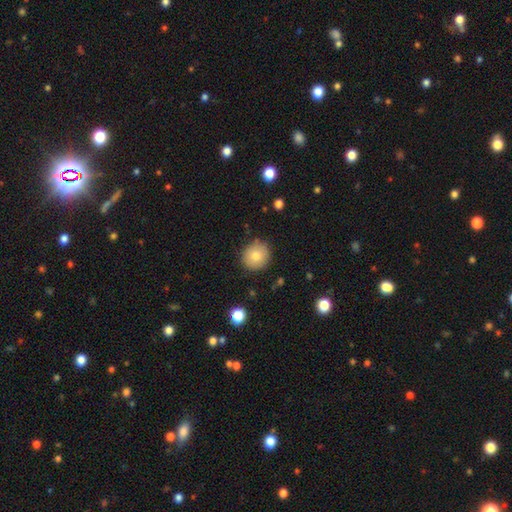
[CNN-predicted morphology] A smooth galaxy with no disk features (77%) that is round (89%).

Vote fractions:
- Smooth or featured? smooth: 77% / featured or disk: 14% / star or artifact: 9%
- How rounded? round: 89% / in between: 10% / cigar-shaped: 1%
- Merging? none: 86% / minor disturbance: 10% / major disturbance: 2% / merger: 2%